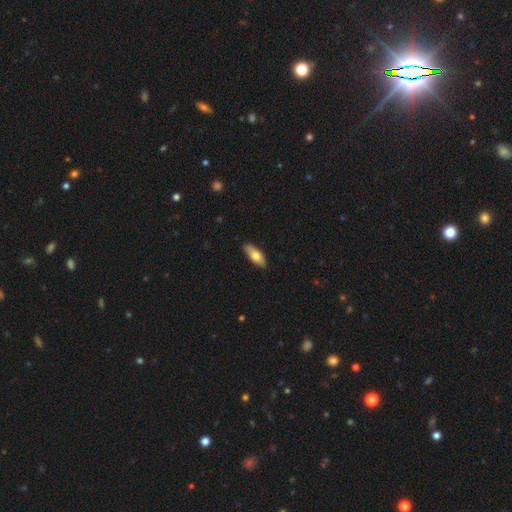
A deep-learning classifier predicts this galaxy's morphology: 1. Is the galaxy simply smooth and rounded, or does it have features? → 68% smooth, 26% featured or disk, 6% star or artifact.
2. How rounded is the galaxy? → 70% in between, 28% cigar-shaped, 2% round.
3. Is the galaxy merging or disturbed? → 86% none, 11% minor disturbance, 2% major disturbance, 1% merger.